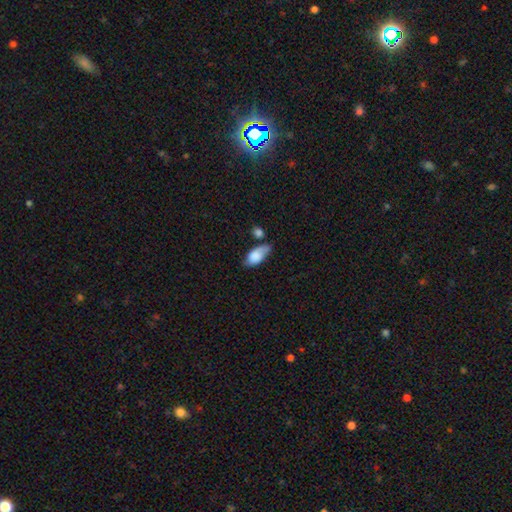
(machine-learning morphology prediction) smooth_or_featured: smooth (p=0.78) [alt: featured or disk p=0.14]
how_rounded: in between (p=0.90) [alt: cigar-shaped p=0.06]
merging: none (p=0.42) [alt: minor disturbance p=0.32]